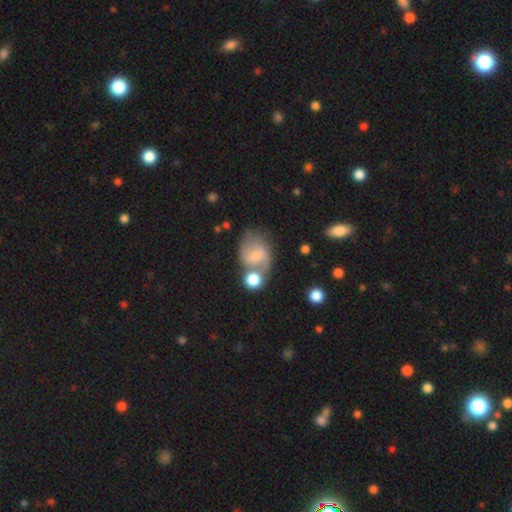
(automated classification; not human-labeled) This is possibly a featured or disk galaxy (50%). Merging: marginally merger (39%).